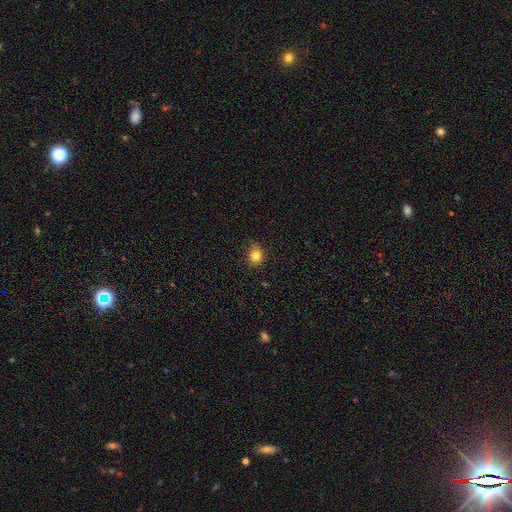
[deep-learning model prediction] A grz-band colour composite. It shows a smooth galaxy with no disk features (83%) that is round (80%). Merging: none (84%).